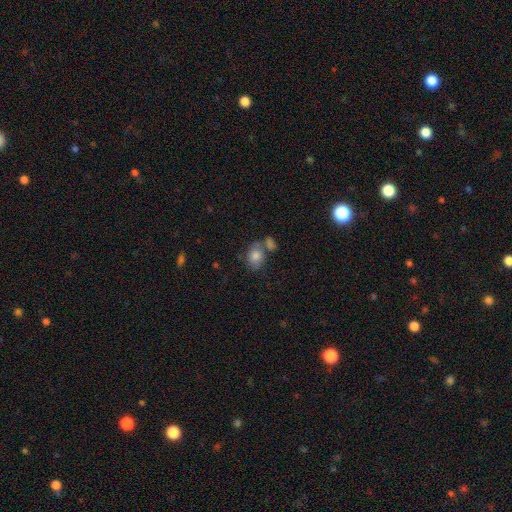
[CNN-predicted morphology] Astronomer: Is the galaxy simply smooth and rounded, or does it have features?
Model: smooth — 79%.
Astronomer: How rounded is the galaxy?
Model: in between — 55% (runner-up: round, 43%).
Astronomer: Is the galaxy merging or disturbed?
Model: none — 51% (runner-up: merger, 29%).